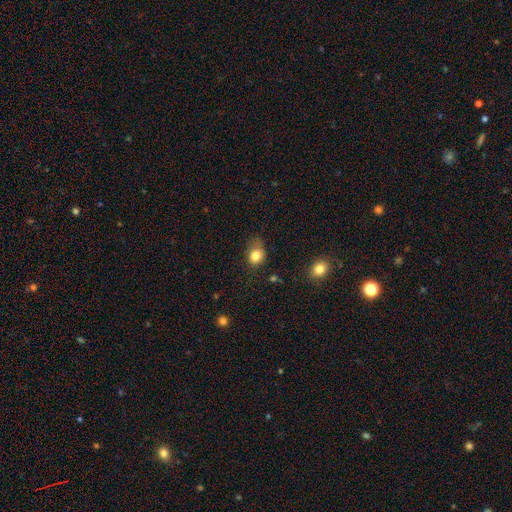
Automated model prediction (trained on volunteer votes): The model was most divided on "how rounded": round: 51%, in between: 48%, cigar-shaped: 1%. Remaining: smooth or featured — smooth (82%); merging — none (47%).